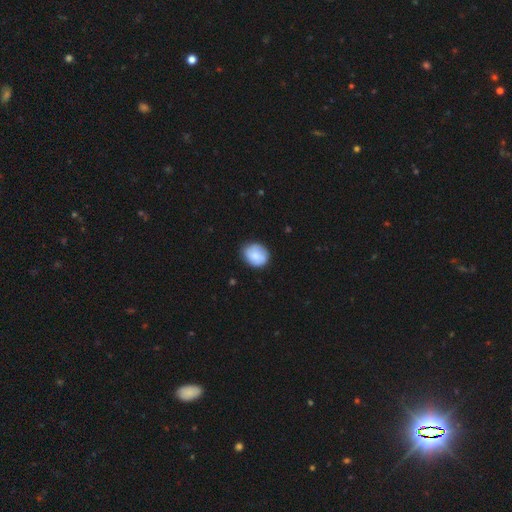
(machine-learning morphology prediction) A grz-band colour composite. It shows a smooth galaxy with no disk features (78%) that is round (55%). Merging: none (79%).